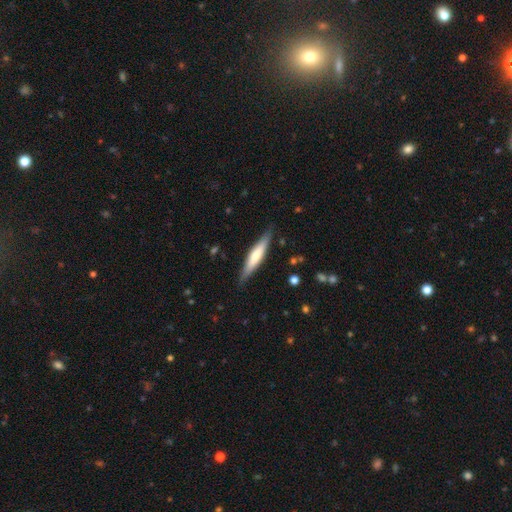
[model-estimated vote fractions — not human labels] The model was most divided on "smooth or featured": smooth: 51%, featured or disk: 43%, star or artifact: 5%. More confident: how rounded — cigar-shaped (87%); merging — none (86%).